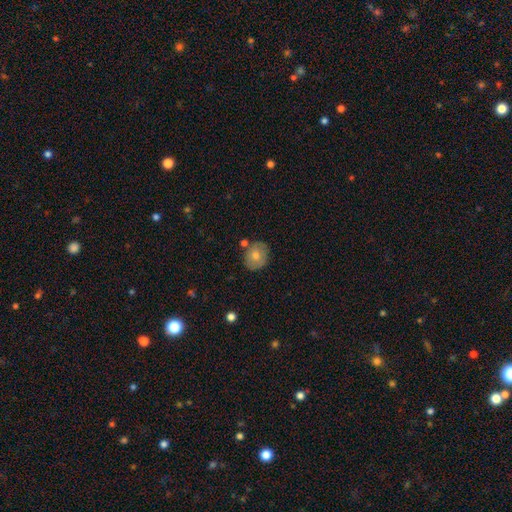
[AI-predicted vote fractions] The model was most divided on "how rounded": round: 68%, in between: 31%, cigar-shaped: 1%. More confident: merging — none (74%); smooth or featured — smooth (71%).